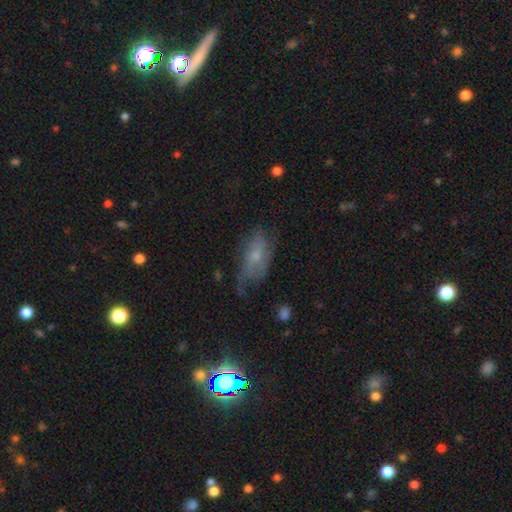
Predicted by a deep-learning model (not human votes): Overall: featured or disk (47%; smooth 42%). Merging: none (48%; minor disturbance 31%).